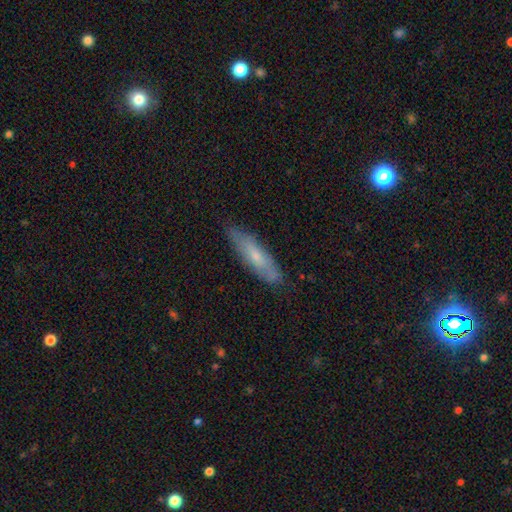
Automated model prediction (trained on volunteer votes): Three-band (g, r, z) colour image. It shows a smooth galaxy with no disk features (57%) that is cigar-shaped (69%). Merging: none (78%).